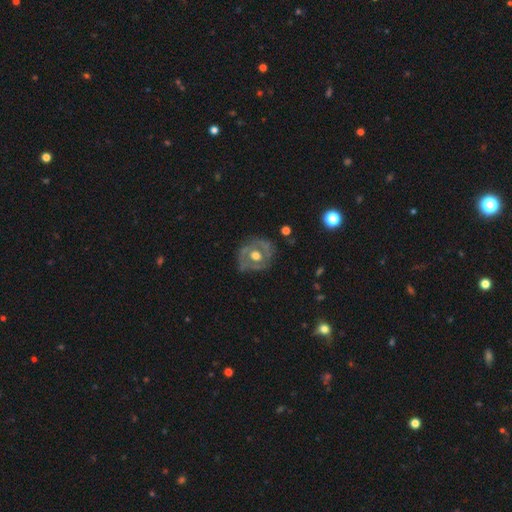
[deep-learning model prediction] Morphology: type=featured or disk (65%); edge-on=no (95%); bar=no (77%); spiral arms=no (66%); bulge=moderate (67%); merging=none (69%).